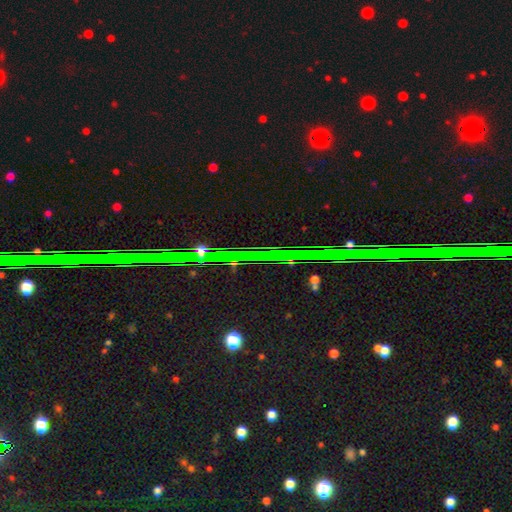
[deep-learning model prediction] Smooth or featured?
  - star or artifact: 79% *
  - featured or disk: 12%
  - smooth: 9%